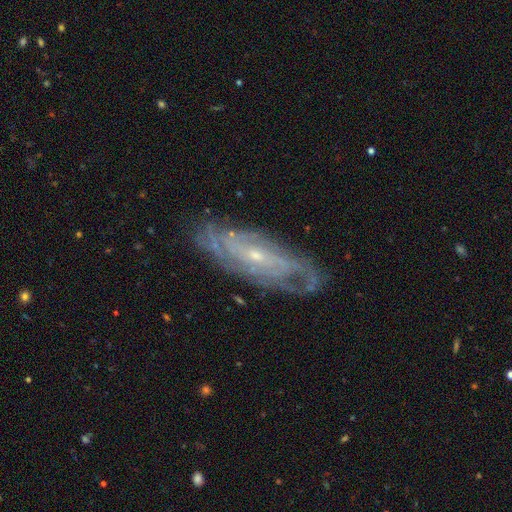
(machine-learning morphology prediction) smooth_or_featured: featured or disk (p=0.84) [alt: smooth p=0.09]
disk_edge_on: no (p=0.85) [alt: yes p=0.15]
bar: no (p=0.53) [alt: weak p=0.35]
has_spiral_arms: yes (p=0.93) [alt: no p=0.07]
spiral_winding: tight (p=0.64) [alt: medium p=0.29]
spiral_arm_count: can't tell (p=0.44) [alt: 2 p=0.20]
bulge_size: small (p=0.77) [alt: moderate p=0.19]
merging: none (p=0.77) [alt: minor disturbance p=0.17]